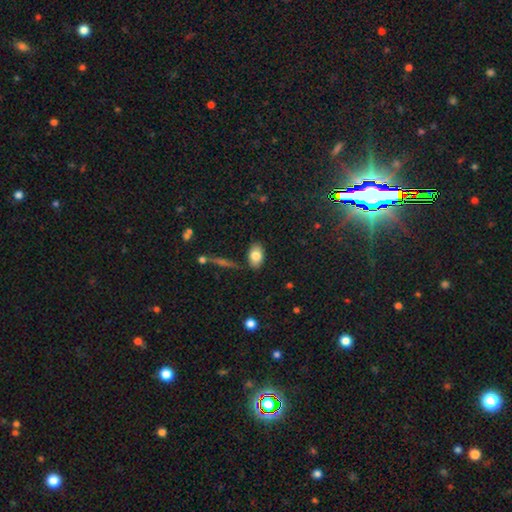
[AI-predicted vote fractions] A smooth galaxy with no disk features (80%) that is in between round and cigar-shaped (89%). Merging: none (83%).